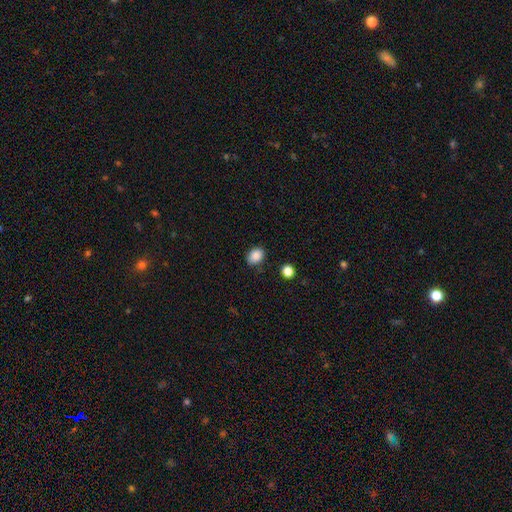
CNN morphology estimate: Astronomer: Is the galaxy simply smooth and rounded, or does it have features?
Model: smooth — 87%.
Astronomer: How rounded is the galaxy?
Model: in between — 68%.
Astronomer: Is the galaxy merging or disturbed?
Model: none — 80%.